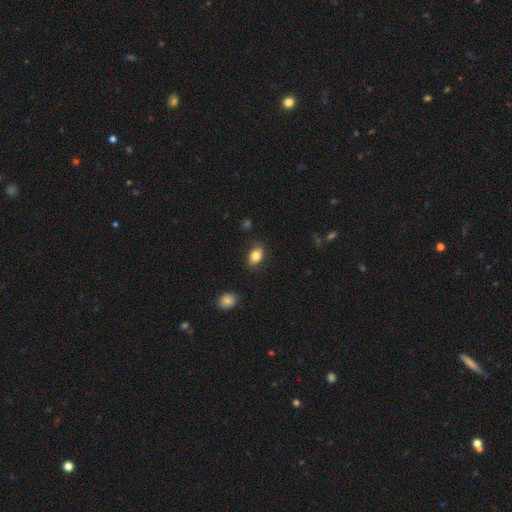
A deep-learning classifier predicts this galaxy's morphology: smooth-or-featured: smooth: 83% | featured or disk: 9% | star or artifact: 8%
  how-rounded: in between: 84% | round: 15% | cigar-shaped: 2%
  merging: none: 82% | minor disturbance: 14% | major disturbance: 3% | merger: 1%